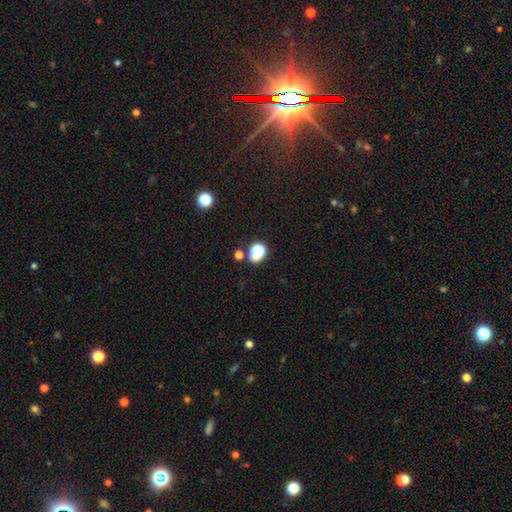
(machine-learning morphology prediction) Smooth or featured?
  - smooth: 65% *
  - star or artifact: 26%
  - featured or disk: 9%
How rounded?
  - round: 59% *
  - in between: 39%
  - cigar-shaped: 1%
Merging?
  - none: 58% *
  - merger: 23%
  - minor disturbance: 13%
  - major disturbance: 7%